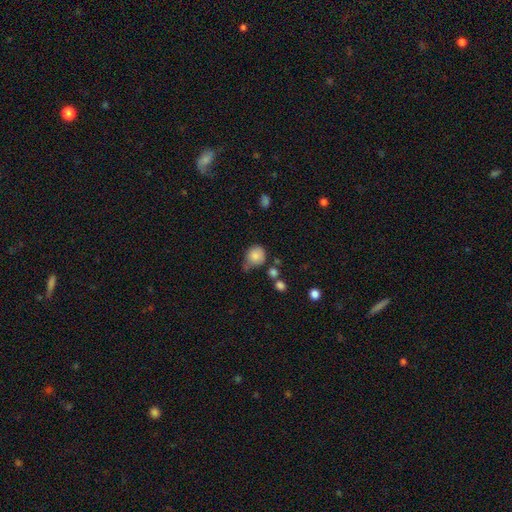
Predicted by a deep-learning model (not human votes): Smooth or featured? smooth (83%)
How rounded? round (79%)
Merging? none (56%)